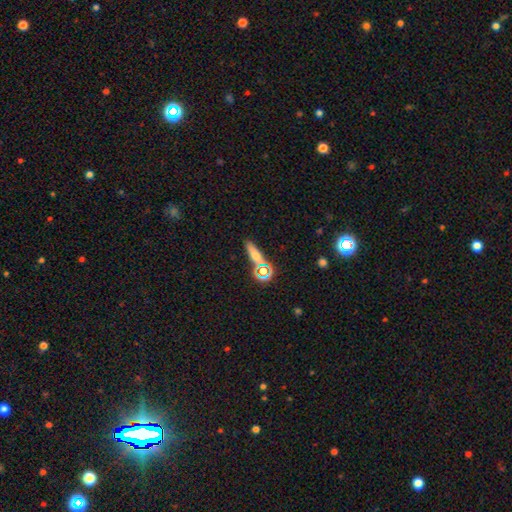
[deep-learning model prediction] This appears to be a smooth galaxy with no disk features (57%) that is cigar-shaped (59%). Merging: none (77%).